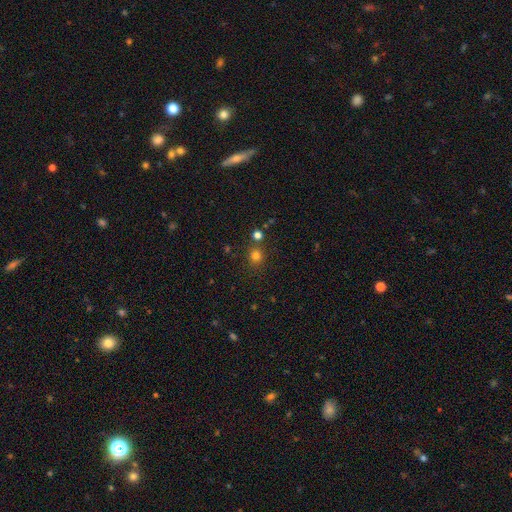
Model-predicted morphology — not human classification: This is likely a smooth galaxy (76%). How rounded: clearly round (87%). Merging: likely none (79%).